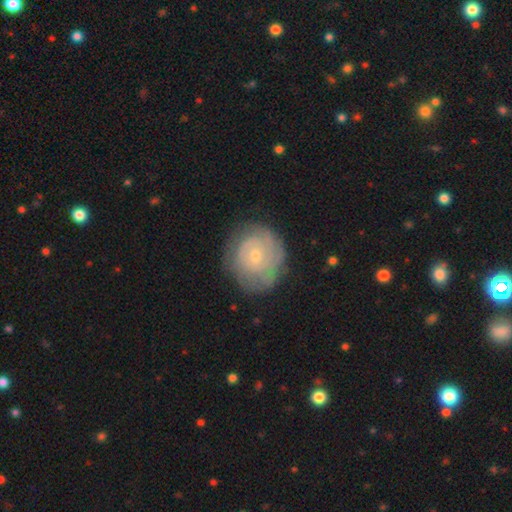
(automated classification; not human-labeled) smooth-or-featured: featured or disk: 68% | smooth: 25% | star or artifact: 7%
  disk-edge-on: no: 97% | yes: 3%
    bar: no: 78% | weak: 19% | strong: 3%
    has-spiral-arms: yes: 82% | no: 18%
      spiral-winding: tight: 73% | medium: 20% | loose: 7%
      spiral-arm-count: can't tell: 52% | 2: 19% | 3: 12% | 4: 6% | 1: 6% | more than 4: 4%
    bulge-size: small: 64% | moderate: 32% | large: 1% | none: 1% | dominant: 1%
  merging: none: 70% | minor disturbance: 20% | major disturbance: 8% | merger: 1%